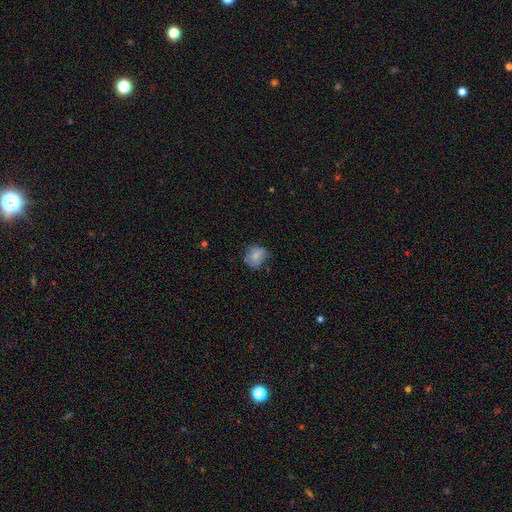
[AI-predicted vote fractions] This is likely a smooth galaxy (71%). How rounded: possibly round (58%). Merging: possibly none (55%).